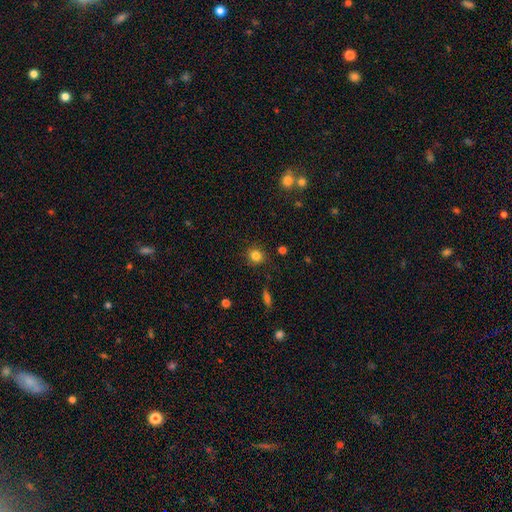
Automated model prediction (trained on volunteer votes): Q: Smooth or featured?
A: smooth (82%); runner-up: star or artifact (12%)
Q: How rounded?
A: round (86%); runner-up: in between (13%)
Q: Merging?
A: none (88%); runner-up: minor disturbance (8%)